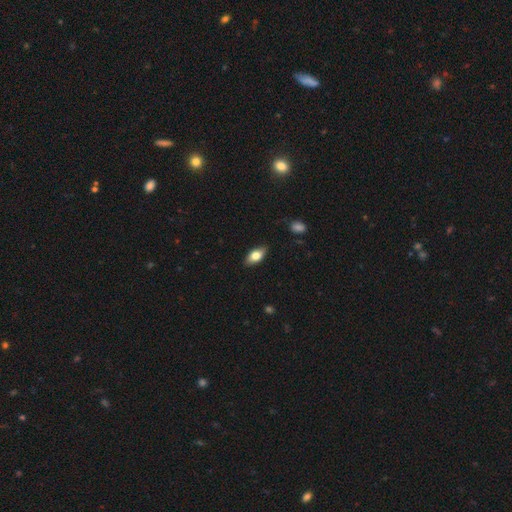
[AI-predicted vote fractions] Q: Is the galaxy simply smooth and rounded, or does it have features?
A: smooth — 70%.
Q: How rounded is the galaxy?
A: in between — 85%.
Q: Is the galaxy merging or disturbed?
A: none — 86%.